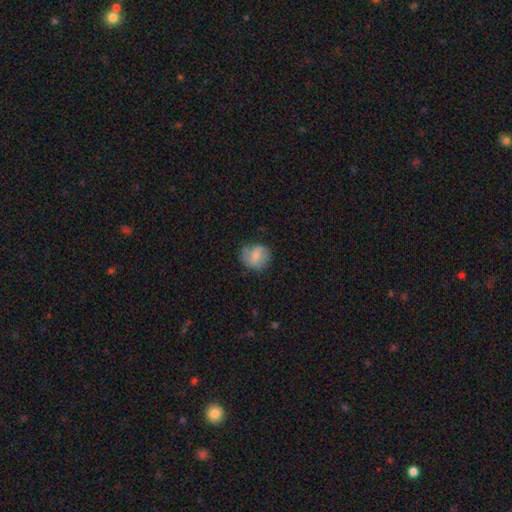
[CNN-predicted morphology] Smooth or featured? smooth (68%)
How rounded? round (78%)
Merging? none (60%)